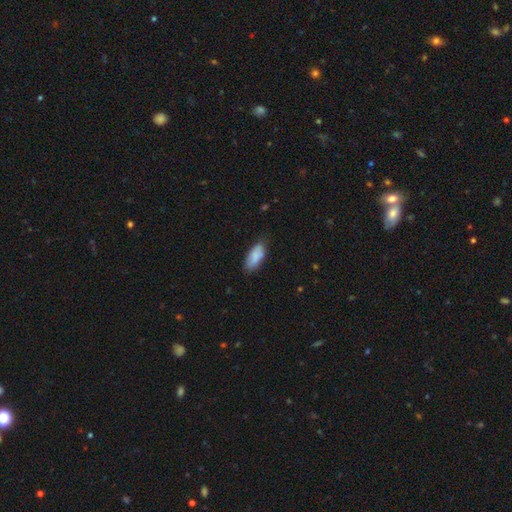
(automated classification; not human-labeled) smooth_or_featured: smooth (p=0.84) [alt: featured or disk p=0.10]
how_rounded: in between (p=0.84) [alt: cigar-shaped p=0.14]
merging: none (p=0.74) [alt: minor disturbance p=0.21]